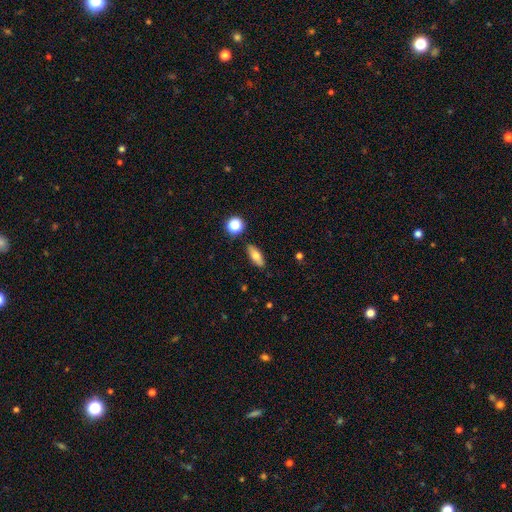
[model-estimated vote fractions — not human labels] smooth-or-featured: smooth: 70% | featured or disk: 21% | star or artifact: 8%
  how-rounded: in between: 70% | cigar-shaped: 26% | round: 5%
  merging: none: 87% | minor disturbance: 9% | merger: 3% | major disturbance: 2%